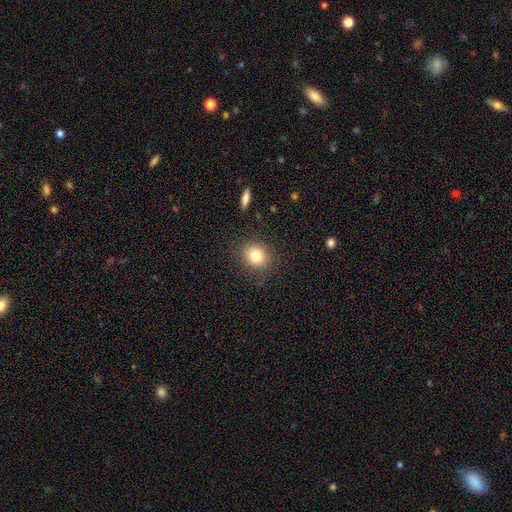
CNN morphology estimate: A smooth galaxy with no disk features (80%) that is round (72%).

Vote fractions:
- Smooth or featured? smooth: 80% / star or artifact: 11% / featured or disk: 9%
- How rounded? round: 72% / in between: 27% / cigar-shaped: 1%
- Merging? none: 87% / minor disturbance: 9% / major disturbance: 3% / merger: 1%